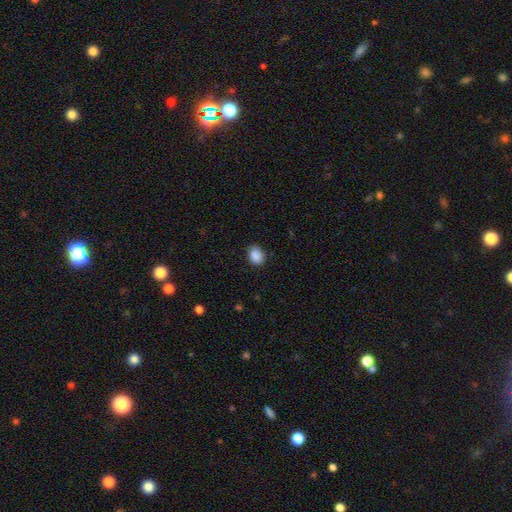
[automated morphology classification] The model was most divided on "how rounded": in between: 70%, round: 29%, cigar-shaped: 1%. More confident: smooth or featured — smooth (89%); merging — none (86%).